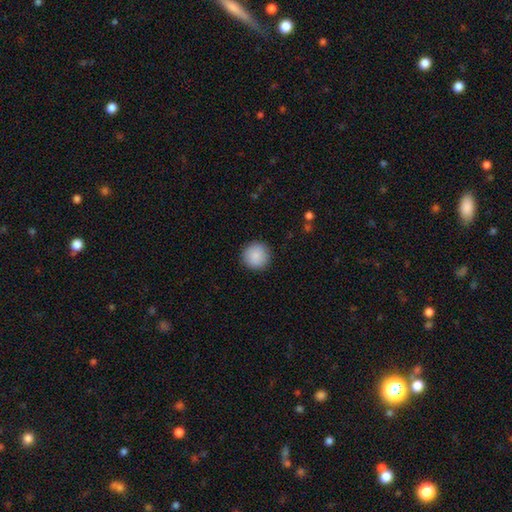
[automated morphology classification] Q: Smooth or featured?
A: smooth (88%); runner-up: star or artifact (7%)
Q: How rounded?
A: round (95%); runner-up: in between (4%)
Q: Merging?
A: none (91%); runner-up: minor disturbance (6%)